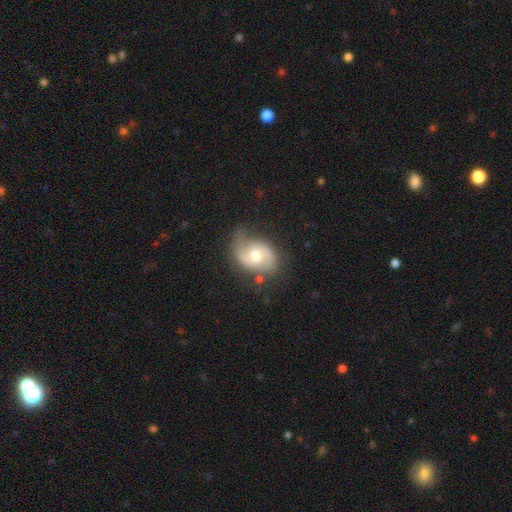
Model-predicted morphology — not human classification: Smooth or featured: featured or disk — 79% (smooth — 15%)
Edge-on disk: no — 97% (yes — 3%)
Bar: no — 62% (weak — 32%)
Spiral arms: yes — 92% (no — 8%)
Spiral winding: medium — 45% (loose — 32%)
Spiral arm count: 2 — 82% (1 — 9%)
Bulge size: moderate — 72% (small — 16%)
Merging: none — 63% (minor disturbance — 24%)